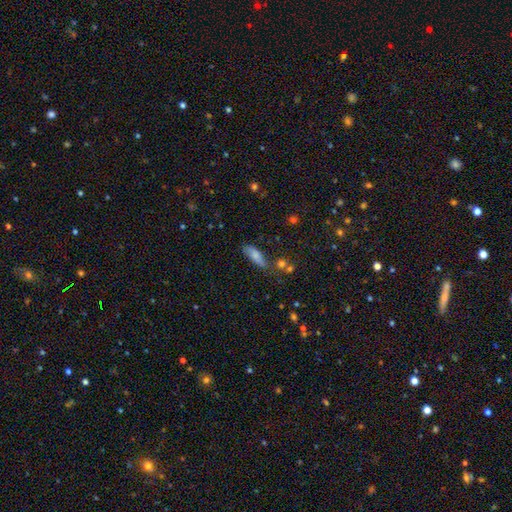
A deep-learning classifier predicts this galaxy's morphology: This appears to be a smooth galaxy with no disk features (74%) that is in between round and cigar-shaped (65%). Merging: none (56%).